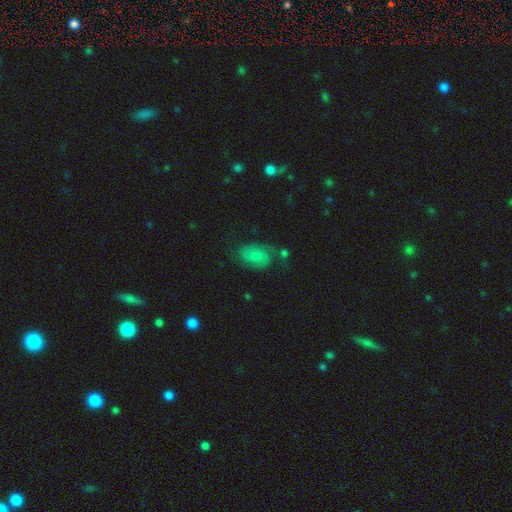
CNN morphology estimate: smooth-or-featured: smooth: 49% | featured or disk: 38% | star or artifact: 12%
  merging: none: 54% | minor disturbance: 24% | major disturbance: 15% | merger: 7%